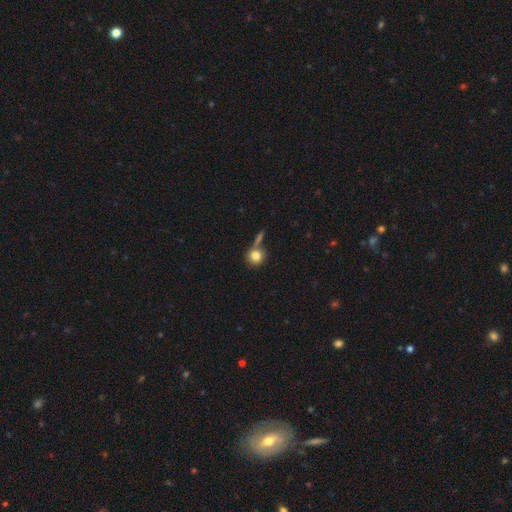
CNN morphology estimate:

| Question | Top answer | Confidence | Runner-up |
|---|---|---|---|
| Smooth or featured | smooth | 81% | featured or disk (10%) |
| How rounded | round | 86% | in between (13%) |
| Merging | none | 55% | merger (25%) |